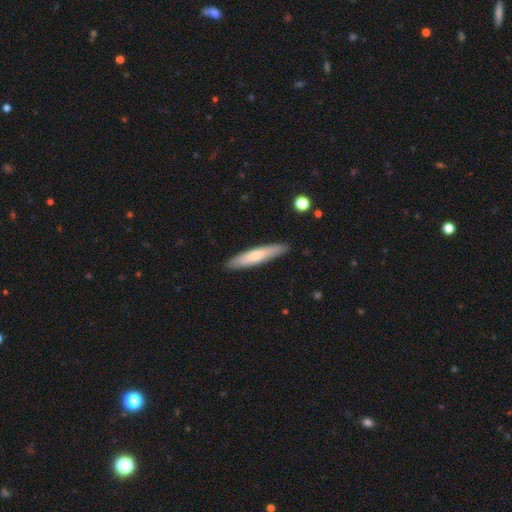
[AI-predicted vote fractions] Smooth or featured? smooth (65%)
How rounded? cigar-shaped (86%)
Merging? none (89%)